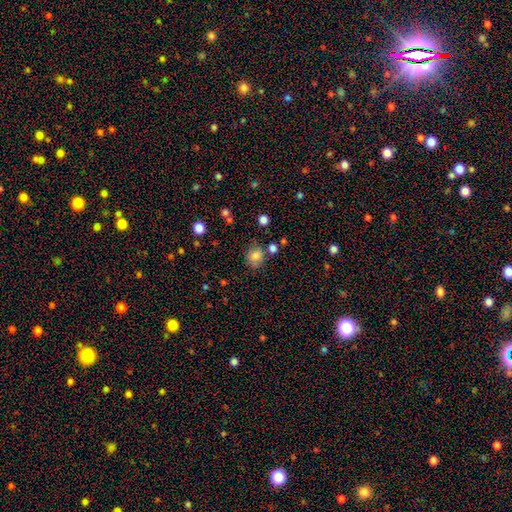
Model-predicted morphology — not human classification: Smooth or featured? smooth (82%)
How rounded? round (73%)
Merging? none (69%)